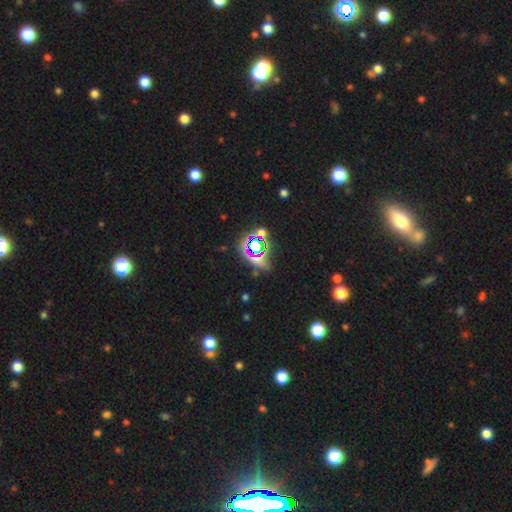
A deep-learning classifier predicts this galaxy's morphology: smooth-or-featured: star or artifact: 64% | smooth: 24% | featured or disk: 12%